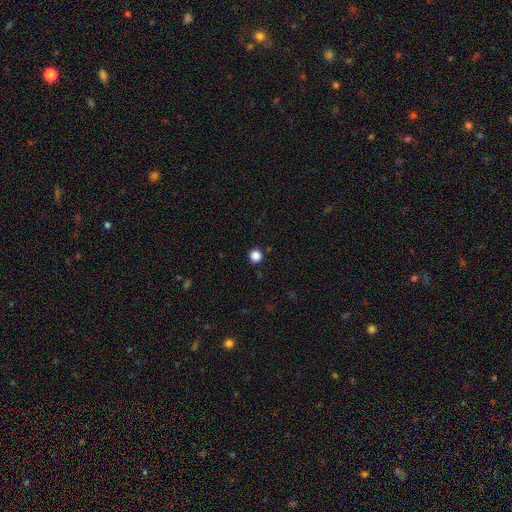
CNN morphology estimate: Q: Smooth or featured?
A: smooth (86%); runner-up: star or artifact (12%)
Q: How rounded?
A: round (96%); runner-up: in between (3%)
Q: Merging?
A: none (92%); runner-up: minor disturbance (5%)